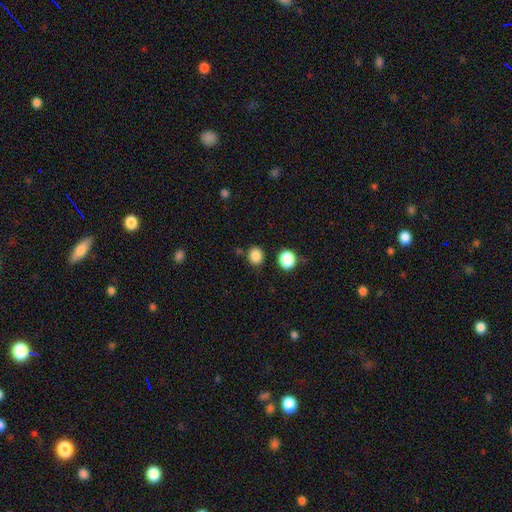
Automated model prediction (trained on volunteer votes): A smooth galaxy with no disk features (85%) that is round (75%). Merging: none (82%).